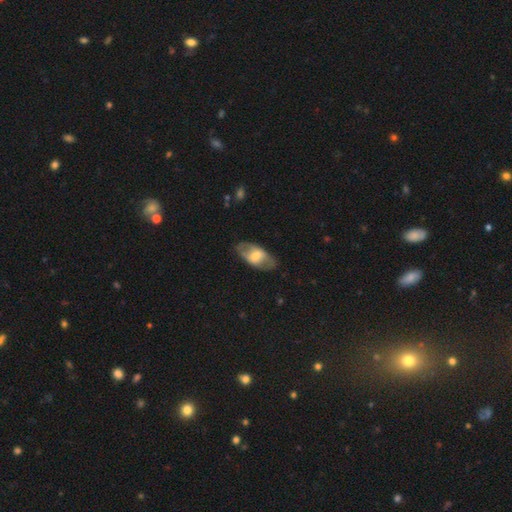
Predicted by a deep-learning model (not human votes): featured or disk 47% (tied), smooth 47% (tied), star or artifact 6%. Down the decision tree: merging — none (76%).